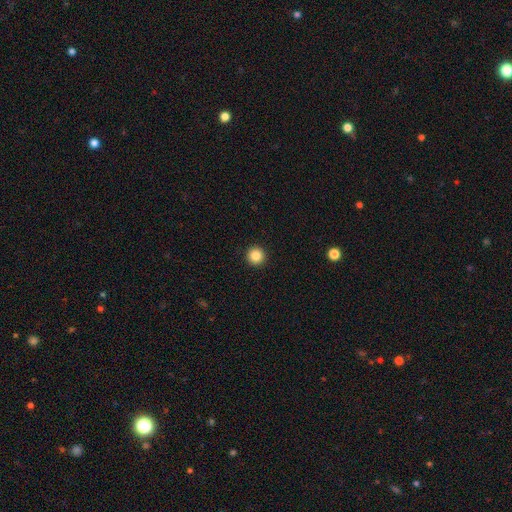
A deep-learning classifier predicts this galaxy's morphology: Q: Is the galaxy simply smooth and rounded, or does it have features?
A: smooth — 85%.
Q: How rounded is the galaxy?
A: round — 96%.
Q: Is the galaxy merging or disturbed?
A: none — 94%.